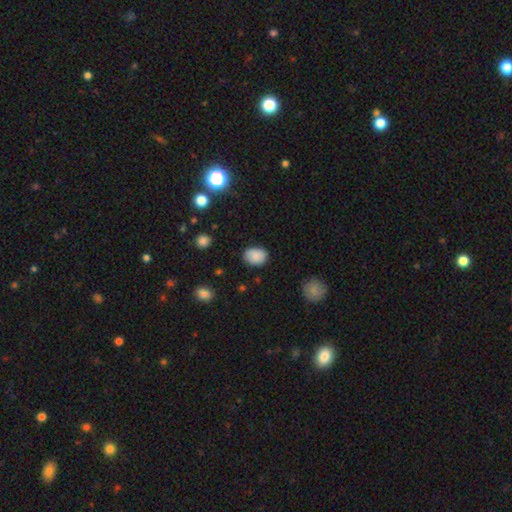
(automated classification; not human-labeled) Morphology: type=smooth (86%); roundness=in between (65%); merging=none (80%).